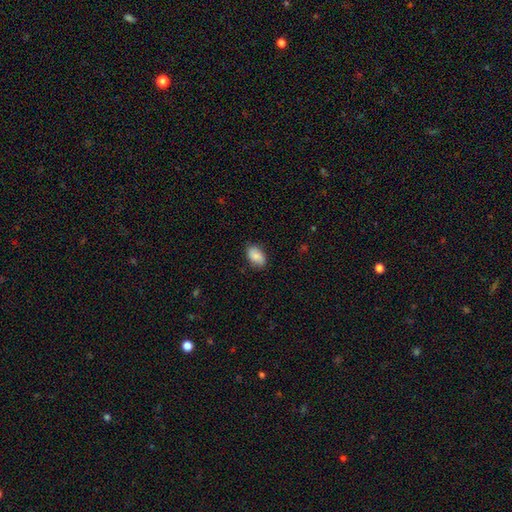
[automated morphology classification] Q: Smooth or featured?
A: smooth (82%); runner-up: featured or disk (11%)
Q: How rounded?
A: in between (90%); runner-up: round (8%)
Q: Merging?
A: none (81%); runner-up: minor disturbance (15%)